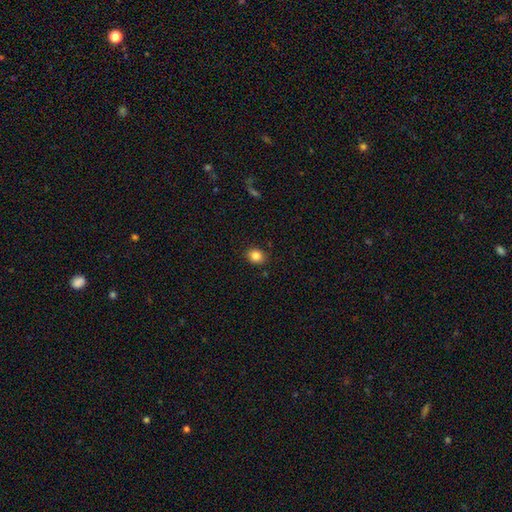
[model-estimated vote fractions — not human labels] smooth 85%, star or artifact 10%, featured or disk 5%. Down the decision tree: how rounded — round (55%); merging — none (86%).